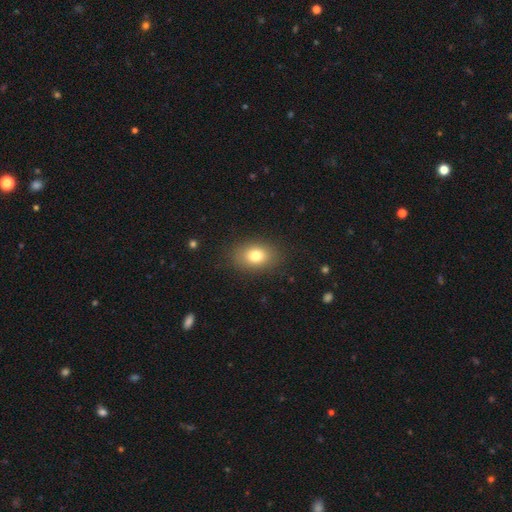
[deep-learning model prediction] Smooth or featured?
  - smooth: 79% *
  - featured or disk: 11%
  - star or artifact: 11%
How rounded?
  - in between: 73% *
  - round: 26%
  - cigar-shaped: 1%
Merging?
  - none: 87% *
  - minor disturbance: 9%
  - major disturbance: 3%
  - merger: 1%